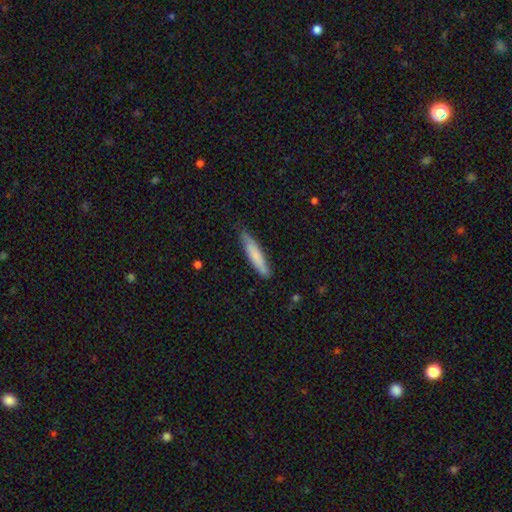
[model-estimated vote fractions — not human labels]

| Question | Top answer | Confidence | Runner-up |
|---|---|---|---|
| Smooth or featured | smooth | 75% | featured or disk (20%) |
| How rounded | cigar-shaped | 85% | in between (13%) |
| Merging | none | 77% | minor disturbance (19%) |